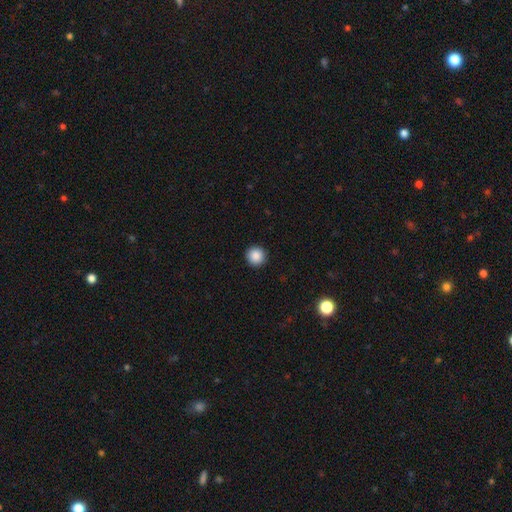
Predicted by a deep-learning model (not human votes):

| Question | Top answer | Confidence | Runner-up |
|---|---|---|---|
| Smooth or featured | smooth | 88% | star or artifact (9%) |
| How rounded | round | 96% | in between (3%) |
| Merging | none | 93% | minor disturbance (4%) |